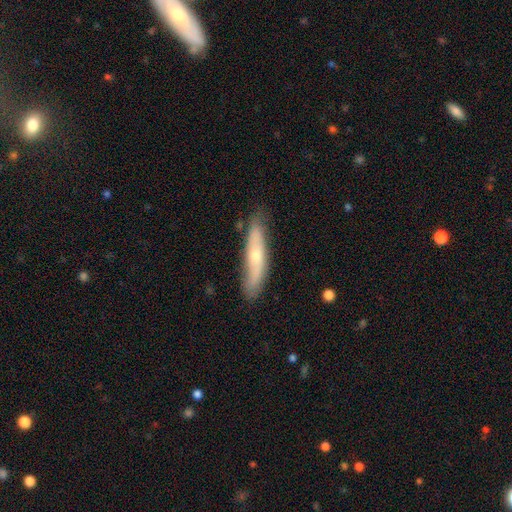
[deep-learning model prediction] Overall: smooth (48%; featured or disk 45%). Merging: none (78%).